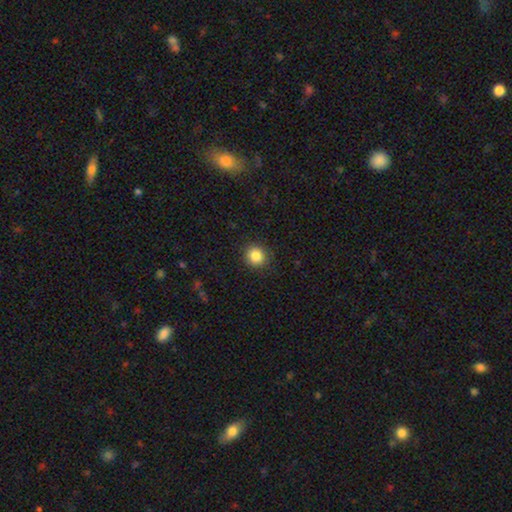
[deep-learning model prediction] Smooth or featured: smooth — 86% (star or artifact — 10%)
How rounded: round — 90% (in between — 9%)
Merging: none — 90% (minor disturbance — 7%)